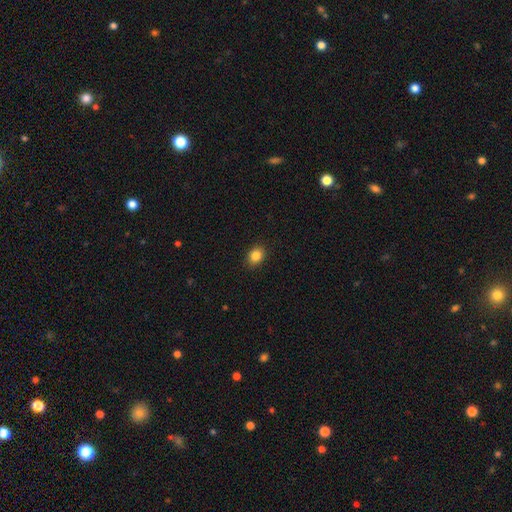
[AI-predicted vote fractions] This is clearly a smooth galaxy (85%). How rounded: possibly round (50%). Merging: clearly none (89%).